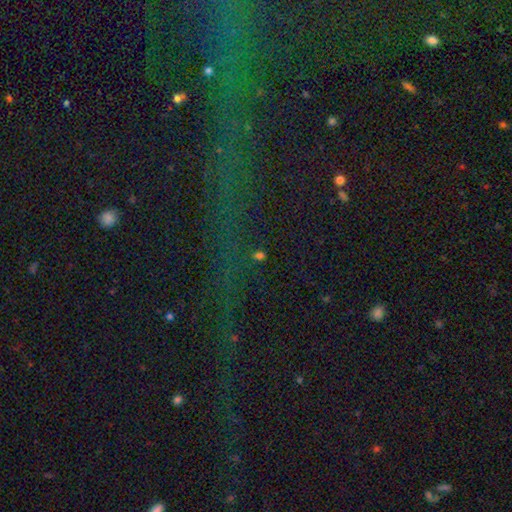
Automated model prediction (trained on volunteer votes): Smooth or featured?
  - star or artifact: 71% *
  - smooth: 18%
  - featured or disk: 11%